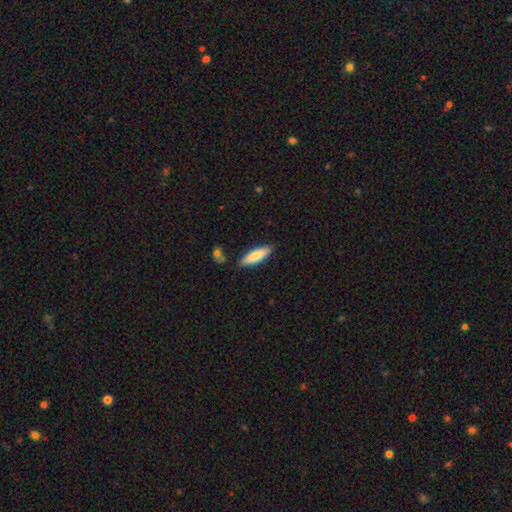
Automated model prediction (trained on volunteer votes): Smooth or featured?
  - smooth: 83% *
  - featured or disk: 12%
  - star or artifact: 5%
How rounded?
  - cigar-shaped: 58% *
  - in between: 40%
  - round: 1%
Merging?
  - none: 85% *
  - minor disturbance: 10%
  - merger: 2%
  - major disturbance: 2%